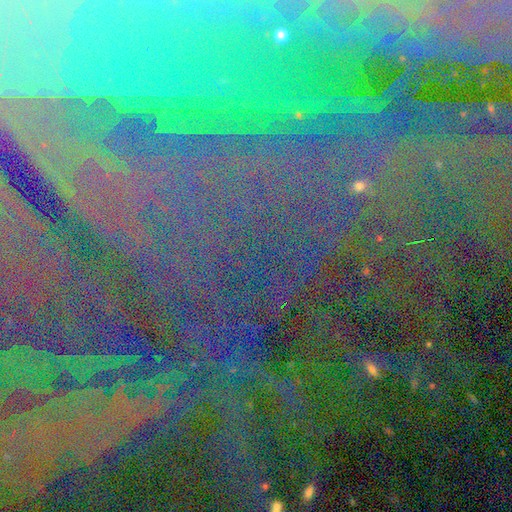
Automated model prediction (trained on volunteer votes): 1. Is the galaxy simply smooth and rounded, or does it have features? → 81% star or artifact, 11% featured or disk, 8% smooth.